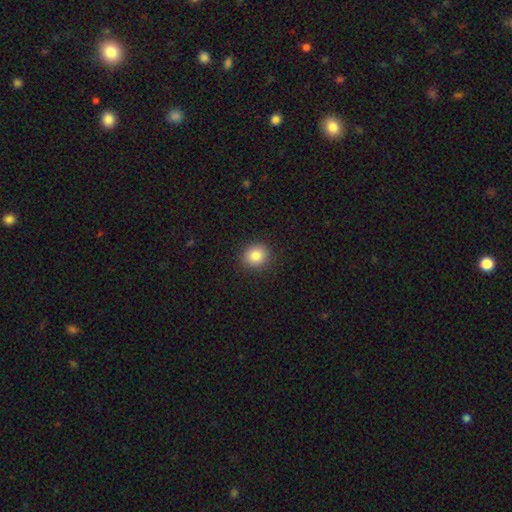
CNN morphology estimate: Overall: smooth (85%). How rounded: round (80%). Merging: none (90%).